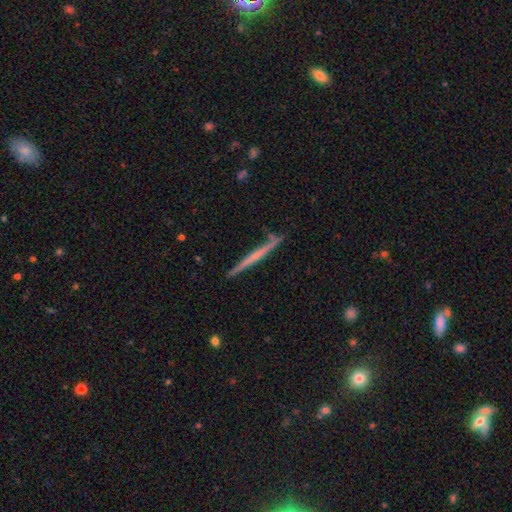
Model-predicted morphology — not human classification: smooth_or_featured: featured or disk (p=0.59) [alt: smooth p=0.35]
disk_edge_on: yes (p=0.97) [alt: no p=0.03]
edge_on_bulge: none (p=0.74) [alt: rounded p=0.20]
merging: none (p=0.86) [alt: minor disturbance p=0.10]